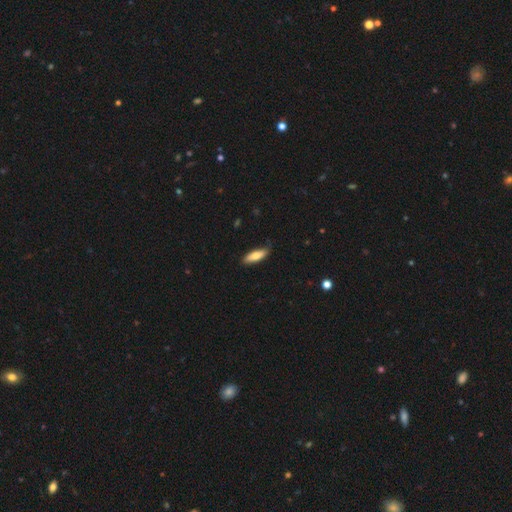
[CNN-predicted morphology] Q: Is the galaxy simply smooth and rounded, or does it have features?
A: smooth — 75%.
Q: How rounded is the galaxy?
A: in between — 50%.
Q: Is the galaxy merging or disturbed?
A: none — 72%.